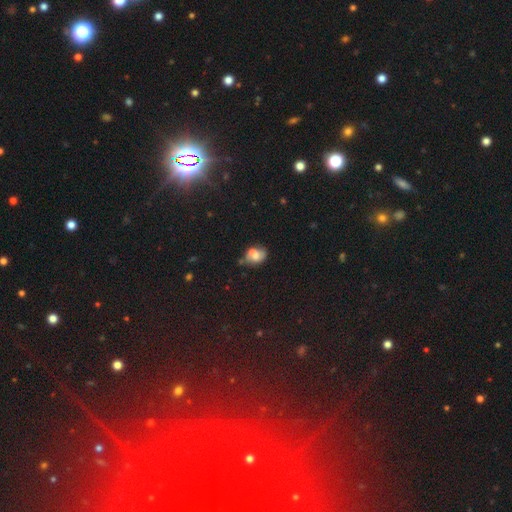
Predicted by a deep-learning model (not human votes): This is possibly a smooth galaxy (54%). How rounded: likely in between (64%). Merging: marginally none (44%).